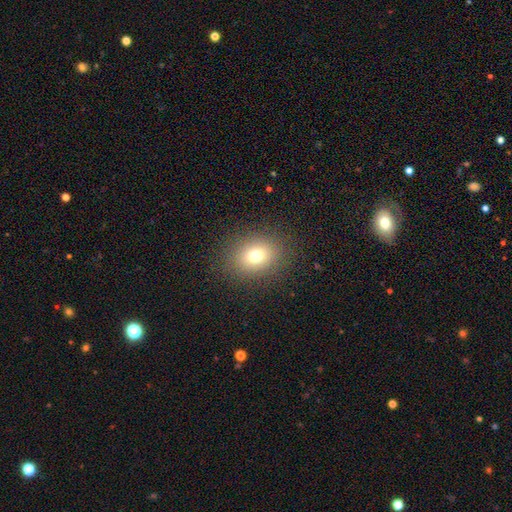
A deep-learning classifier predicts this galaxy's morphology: type=smooth (75%); roundness=in between (55%); merging=none (87%).